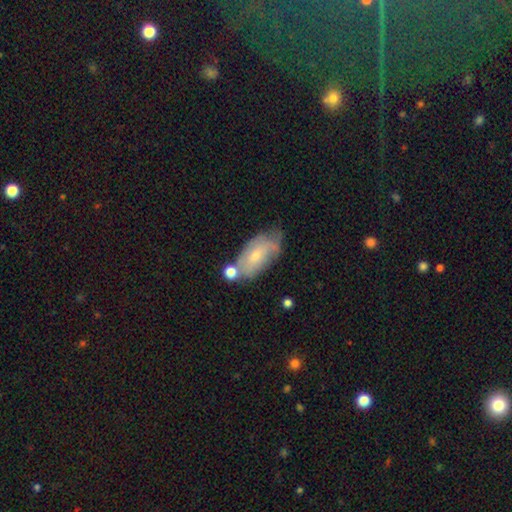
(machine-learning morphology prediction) The model was most divided on "smooth or featured": smooth: 53%, featured or disk: 40%, star or artifact: 7%. Remaining: how rounded — in between (88%); merging — none (46%).